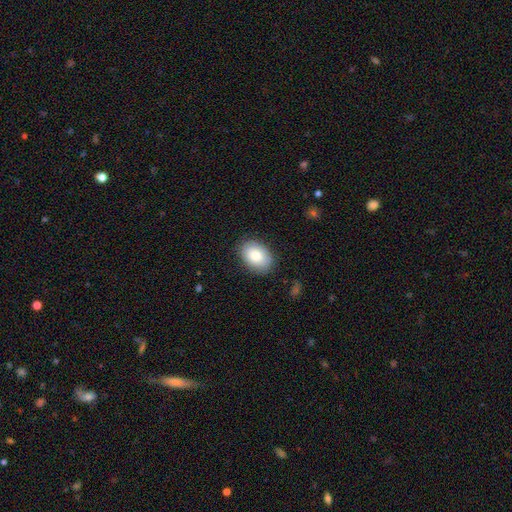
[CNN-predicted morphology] Smooth or featured?
  - smooth: 84% *
  - featured or disk: 10%
  - star or artifact: 7%
How rounded?
  - in between: 83% *
  - round: 16%
  - cigar-shaped: 1%
Merging?
  - none: 84% *
  - minor disturbance: 12%
  - major disturbance: 3%
  - merger: 1%